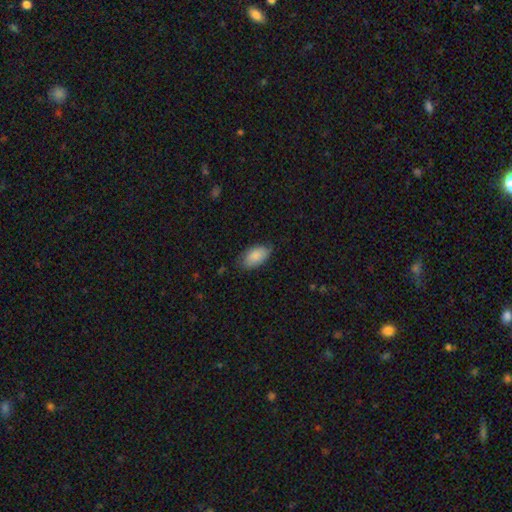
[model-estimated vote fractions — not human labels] Smooth or featured? Predicted: smooth (p=0.86). How rounded? Predicted: in between (p=0.94). Merging? Predicted: none (p=0.72).